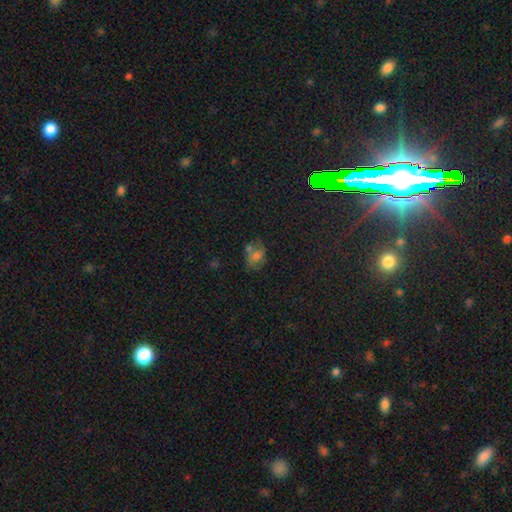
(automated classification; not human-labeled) Smooth or featured? smooth (53%)
How rounded? in between (68%)
Merging? none (48%)